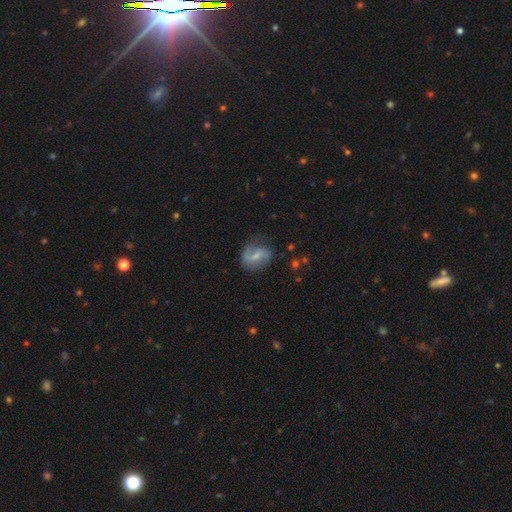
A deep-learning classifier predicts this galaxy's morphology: Smooth or featured: featured or disk — 68% (smooth — 24%)
Edge-on disk: no — 97% (yes — 3%)
Bar: weak — 52% (no — 27%)
Spiral arms: yes — 89% (no — 11%)
Spiral winding: loose — 51% (medium — 37%)
Spiral arm count: 2 — 83% (1 — 7%)
Bulge size: small — 49% (moderate — 32%)
Merging: none — 69% (minor disturbance — 20%)